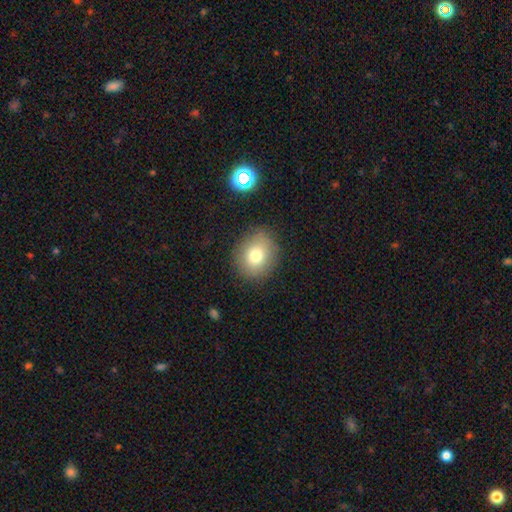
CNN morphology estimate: type=smooth (75%); roundness=round (73%); merging=none (85%).